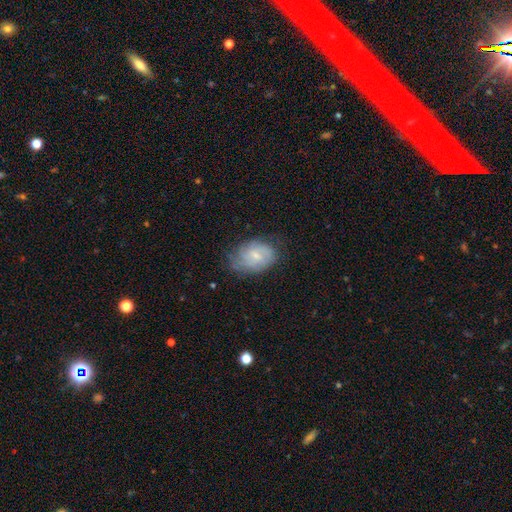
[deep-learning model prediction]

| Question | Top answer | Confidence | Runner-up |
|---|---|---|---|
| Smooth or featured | featured or disk | 46% | tied: smooth (46%) |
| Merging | none | 63% | minor disturbance (27%) |